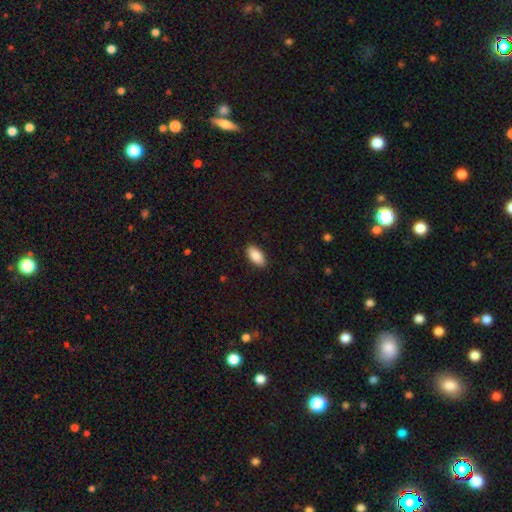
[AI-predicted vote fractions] smooth 89%, star or artifact 6%, featured or disk 5%. Down the decision tree: how rounded — in between (93%); merging — none (89%).